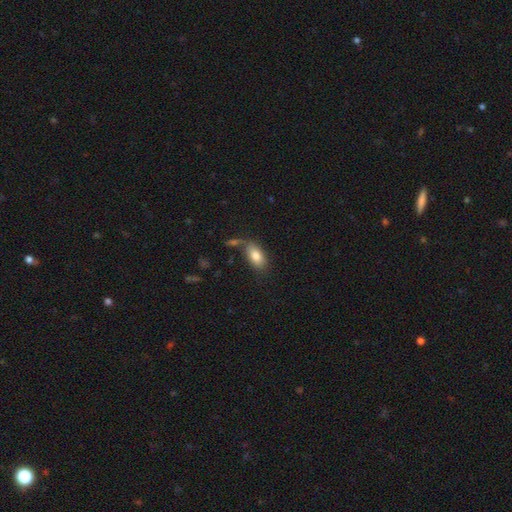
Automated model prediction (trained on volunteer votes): The model was most divided on "merging": none: 63%, minor disturbance: 17%, merger: 14%, major disturbance: 6%. More confident: how rounded — in between (91%); smooth or featured — smooth (82%).